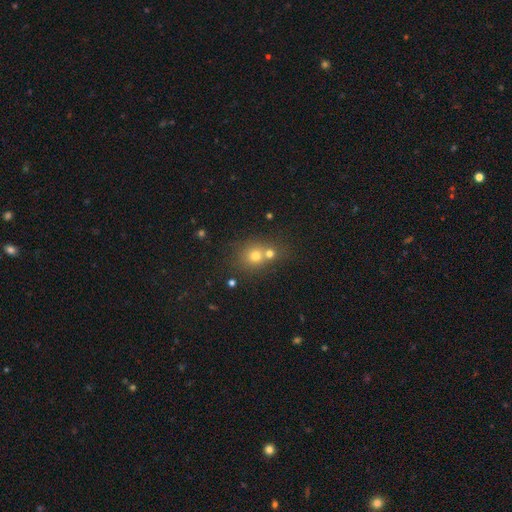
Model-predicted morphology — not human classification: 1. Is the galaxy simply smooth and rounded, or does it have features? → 69% smooth, 18% star or artifact, 13% featured or disk.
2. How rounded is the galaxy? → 81% round, 18% in between, 1% cigar-shaped.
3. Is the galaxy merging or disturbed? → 46% none, 43% merger, 7% minor disturbance, 3% major disturbance.